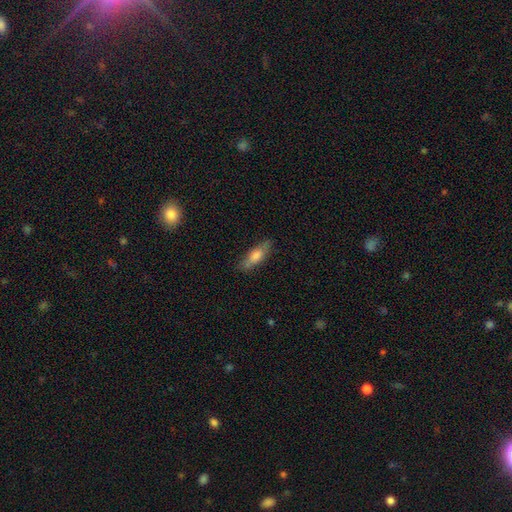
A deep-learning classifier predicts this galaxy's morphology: smooth_or_featured: smooth (p=0.62) [alt: featured or disk p=0.31]
how_rounded: cigar-shaped (p=0.51) [alt: in between p=0.46]
merging: none (p=0.82) [alt: minor disturbance p=0.14]